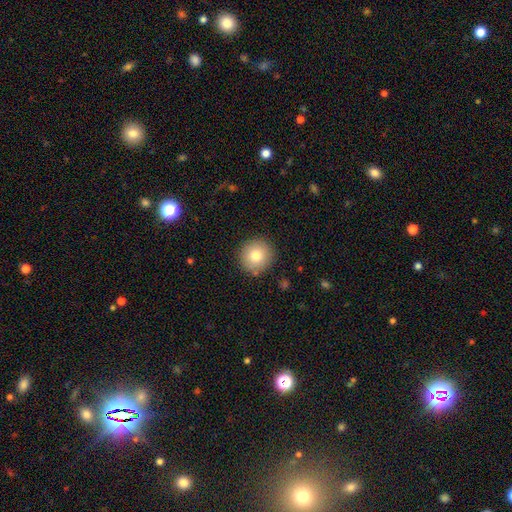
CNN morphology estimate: Q: Smooth or featured?
A: smooth (79%); runner-up: featured or disk (11%)
Q: How rounded?
A: round (94%); runner-up: in between (5%)
Q: Merging?
A: none (89%); runner-up: minor disturbance (7%)